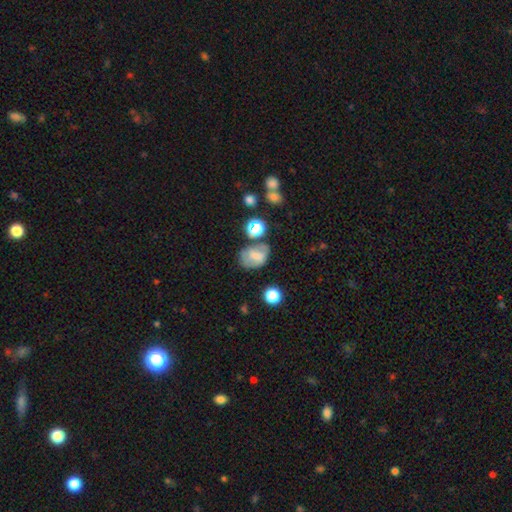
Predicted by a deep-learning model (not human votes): Morphology: type=smooth (60%); roundness=in between (70%); merging=none (49%).